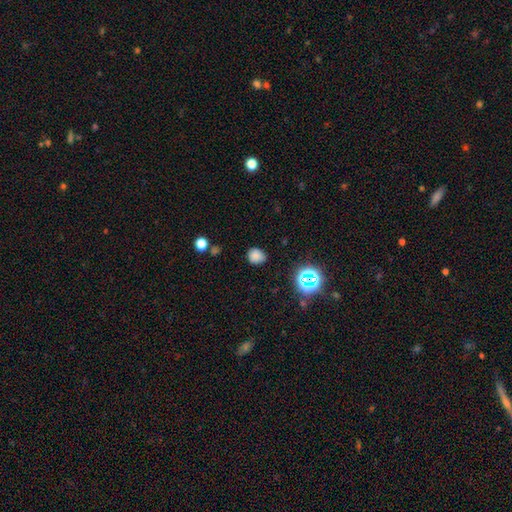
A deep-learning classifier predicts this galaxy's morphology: Smooth or featured? smooth (77%)
How rounded? round (70%)
Merging? none (80%)